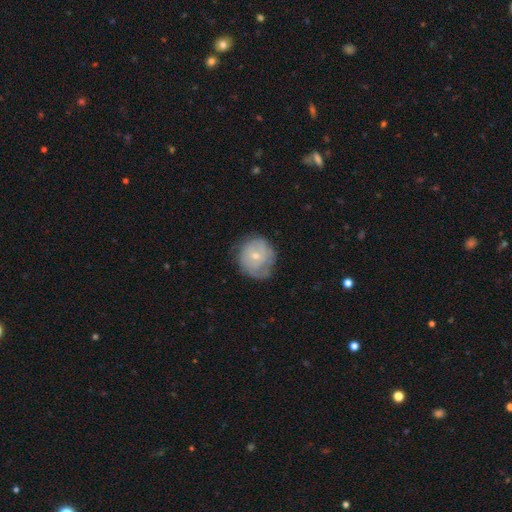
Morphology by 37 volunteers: Smooth or featured?
  - featured or disk: 51% *
  - smooth: 43%
  - star or artifact: 5%
Edge-on disk?
  - no: 100% *
  - yes: 0%
Bar?
  - no: 74% *
  - weak: 21%
  - strong: 5%
Spiral arms?
  - no: 58% *
  - yes: 42%
Bulge size?
  - small: 84% *
  - moderate: 16%
  - dominant: 0%
  - large: 0%
  - none: 0%
Merging?
  - none: 54% *
  - minor disturbance: 26%
  - major disturbance: 20%
  - merger: 0%